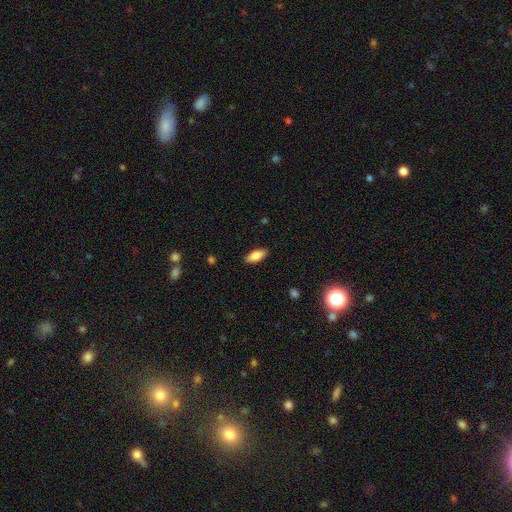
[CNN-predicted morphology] Overall: smooth (82%). How rounded: in between (81%). Merging: none (88%).